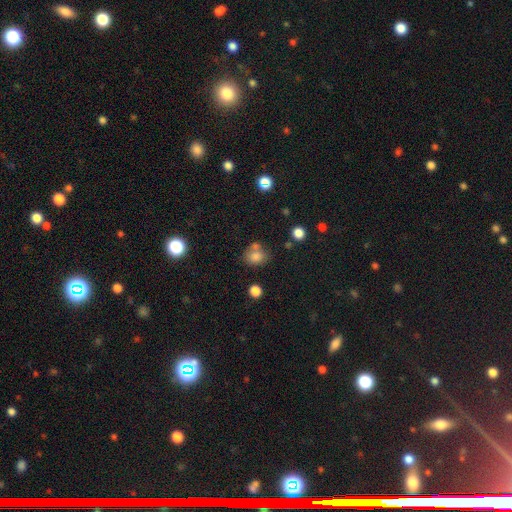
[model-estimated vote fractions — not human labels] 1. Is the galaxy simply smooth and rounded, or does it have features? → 77% smooth, 13% star or artifact, 10% featured or disk.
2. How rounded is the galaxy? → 56% round, 43% in between, 1% cigar-shaped.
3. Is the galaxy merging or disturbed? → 50% none, 28% merger, 16% minor disturbance, 6% major disturbance.